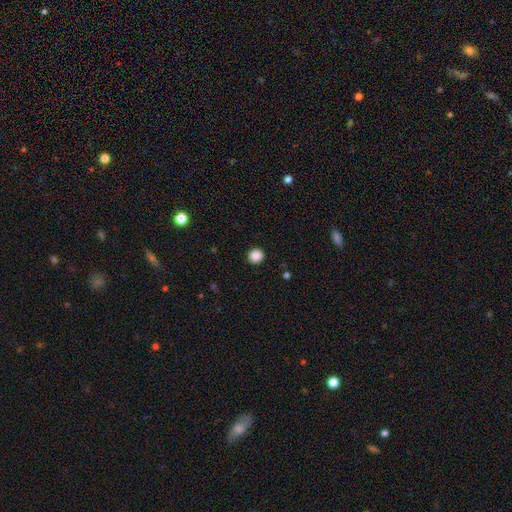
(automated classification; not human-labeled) Q: Smooth or featured?
A: smooth (87%); runner-up: star or artifact (10%)
Q: How rounded?
A: round (92%); runner-up: in between (7%)
Q: Merging?
A: none (93%); runner-up: minor disturbance (5%)